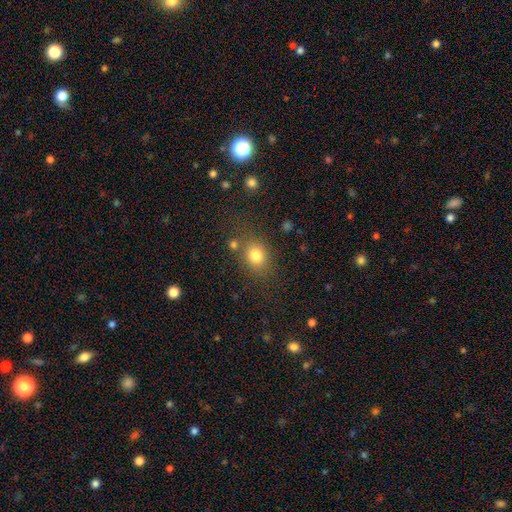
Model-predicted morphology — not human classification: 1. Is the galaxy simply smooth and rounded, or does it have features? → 79% smooth, 13% star or artifact, 8% featured or disk.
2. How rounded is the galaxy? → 60% round, 39% in between, 1% cigar-shaped.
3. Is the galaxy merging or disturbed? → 72% none, 13% minor disturbance, 8% merger, 6% major disturbance.